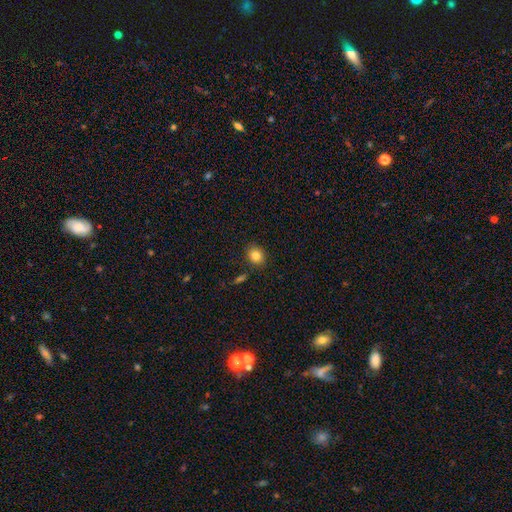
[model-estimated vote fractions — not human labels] Smooth or featured? Predicted: smooth (p=0.84). How rounded? Predicted: round (p=0.58). Merging? Predicted: none (p=0.85).